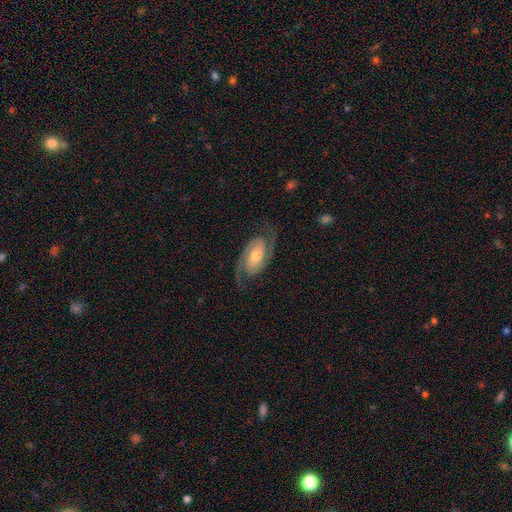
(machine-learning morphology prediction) This is clearly a featured or disk galaxy (87%). It is clearly not viewed edge-on (96%). Bar: possibly no (58%). Spiral arm pattern: clearly yes (97%). Spiral arm count: clearly 2 (93%). Spiral winding: possibly medium (49%). Central bulge: likely moderate (64%). Merging: clearly none (80%).